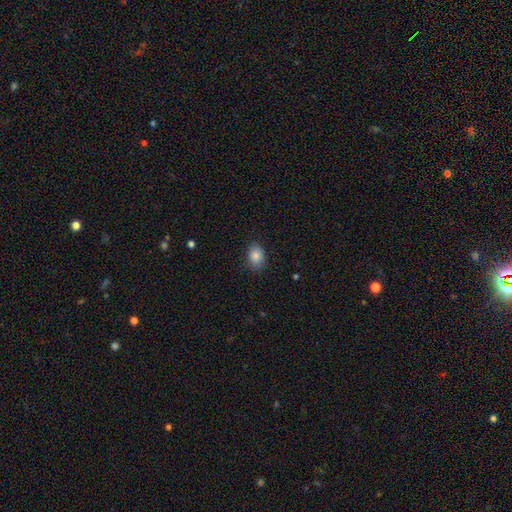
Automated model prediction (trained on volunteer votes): Smooth or featured: smooth — 85% (star or artifact — 8%)
How rounded: in between — 73% (round — 26%)
Merging: none — 84% (minor disturbance — 12%)